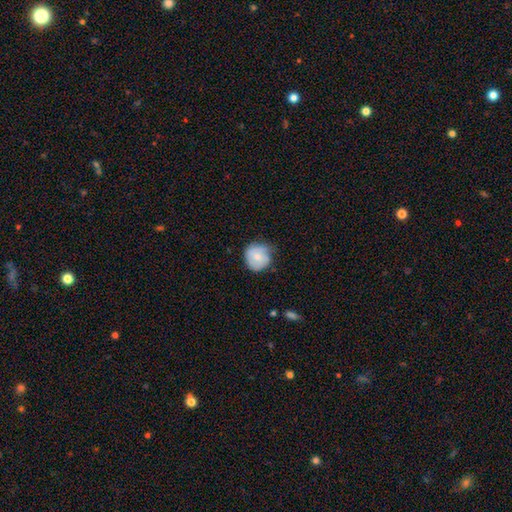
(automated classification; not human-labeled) smooth-or-featured: smooth: 70% | featured or disk: 23% | star or artifact: 7%
  how-rounded: round: 85% | in between: 14% | cigar-shaped: 1%
  merging: none: 53% | minor disturbance: 36% | major disturbance: 9% | merger: 2%